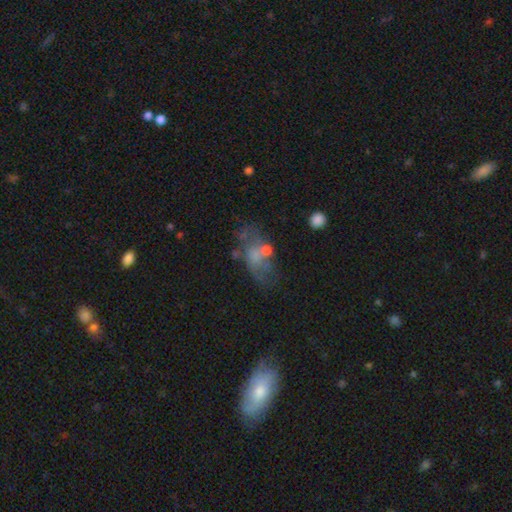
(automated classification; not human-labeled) Smooth or featured? Predicted: featured or disk (p=0.46). Merging? Predicted: none (p=0.43).